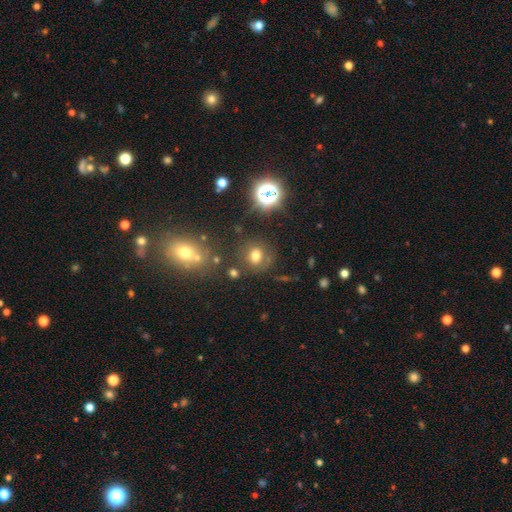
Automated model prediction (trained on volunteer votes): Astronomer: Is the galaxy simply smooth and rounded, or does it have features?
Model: smooth — 69%.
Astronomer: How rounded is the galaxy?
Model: round — 77%.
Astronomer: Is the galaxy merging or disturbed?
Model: none — 77%.